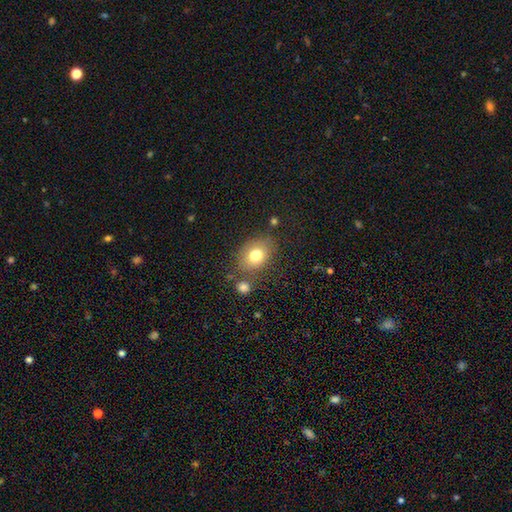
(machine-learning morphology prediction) Smooth or featured?
  - smooth: 77% *
  - featured or disk: 13%
  - star or artifact: 10%
How rounded?
  - in between: 60% *
  - round: 39%
  - cigar-shaped: 1%
Merging?
  - none: 71% *
  - minor disturbance: 15%
  - merger: 8%
  - major disturbance: 5%